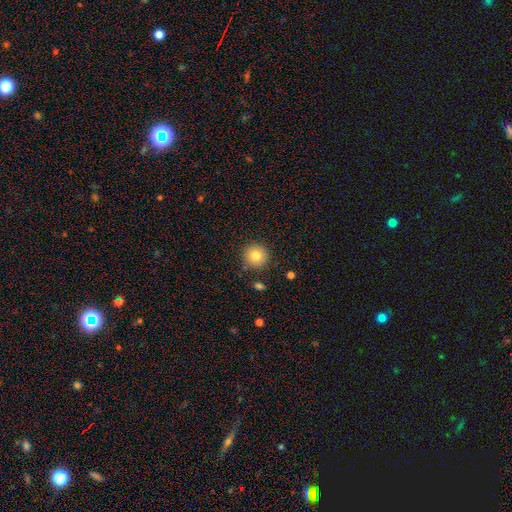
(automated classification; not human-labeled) smooth_or_featured: smooth (p=0.82) [alt: star or artifact p=0.10]
how_rounded: round (p=0.95) [alt: in between p=0.04]
merging: none (p=0.86) [alt: minor disturbance p=0.09]